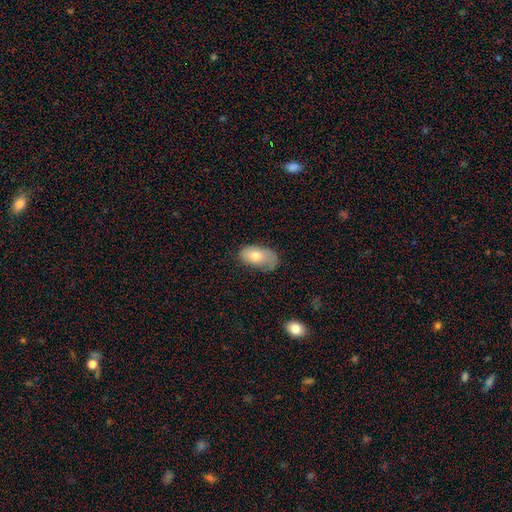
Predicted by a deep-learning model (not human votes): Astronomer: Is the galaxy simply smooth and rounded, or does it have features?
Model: smooth — 73%.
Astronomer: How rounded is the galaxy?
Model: in between — 92%.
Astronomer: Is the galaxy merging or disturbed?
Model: none — 50% (runner-up: minor disturbance, 35%).